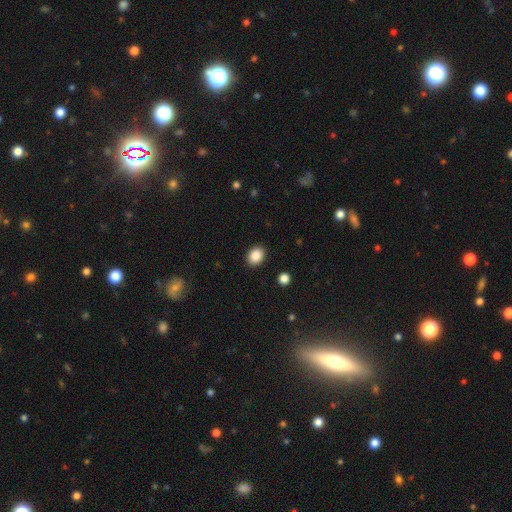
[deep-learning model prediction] This appears to be a smooth galaxy with no disk features (87%) that is in between round and cigar-shaped (55%). Merging: none (90%).